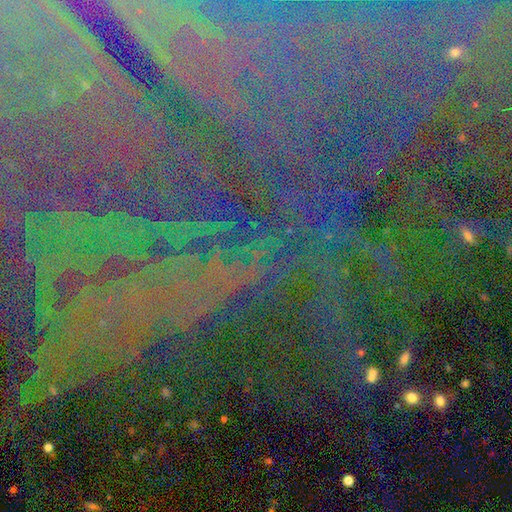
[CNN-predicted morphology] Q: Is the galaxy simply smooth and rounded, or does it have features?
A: star or artifact — 84%.